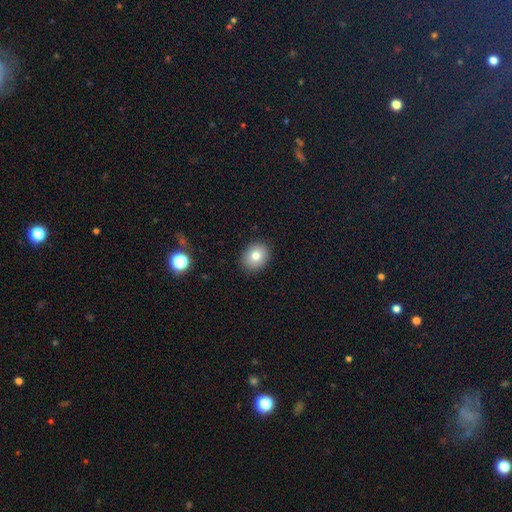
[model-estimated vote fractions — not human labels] This appears to be a smooth galaxy with no disk features (79%) that is round (56%). Merging: none (90%).